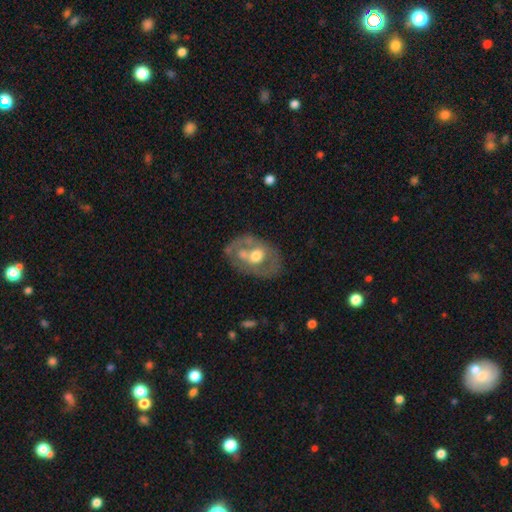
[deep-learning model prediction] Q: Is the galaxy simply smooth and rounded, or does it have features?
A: featured or disk — 60%.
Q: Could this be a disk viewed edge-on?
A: no — 93%.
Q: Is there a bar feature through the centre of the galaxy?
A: no — 76%.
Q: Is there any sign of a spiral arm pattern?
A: no — 79%.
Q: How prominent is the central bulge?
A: moderate — 69%.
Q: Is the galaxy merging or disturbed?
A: none — 57%.